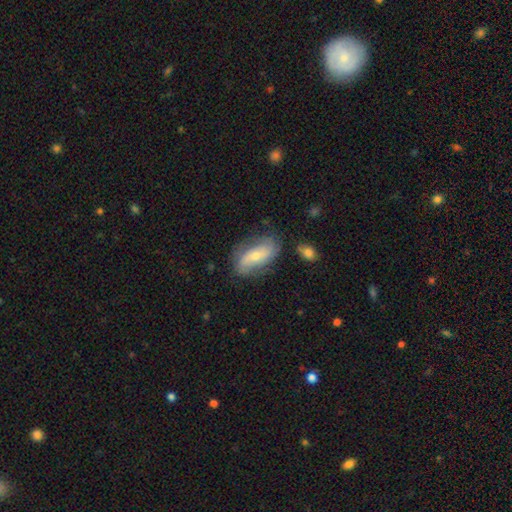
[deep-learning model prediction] smooth_or_featured: featured or disk (p=0.48) [alt: smooth p=0.45]
merging: none (p=0.69) [alt: minor disturbance p=0.21]